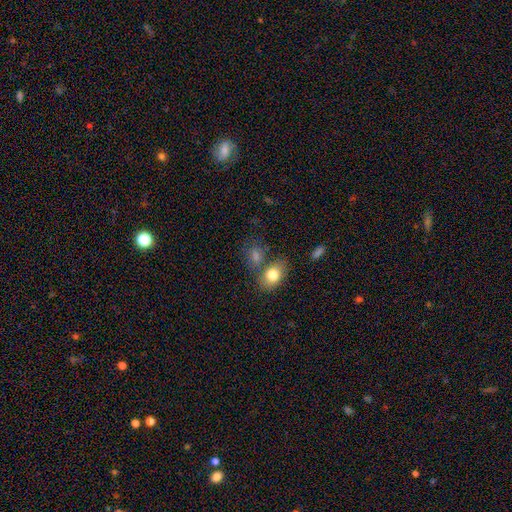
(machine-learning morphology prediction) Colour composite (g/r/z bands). It shows a smooth galaxy with no disk features (75%) that is in between round and cigar-shaped (67%). Merging: none (55%).